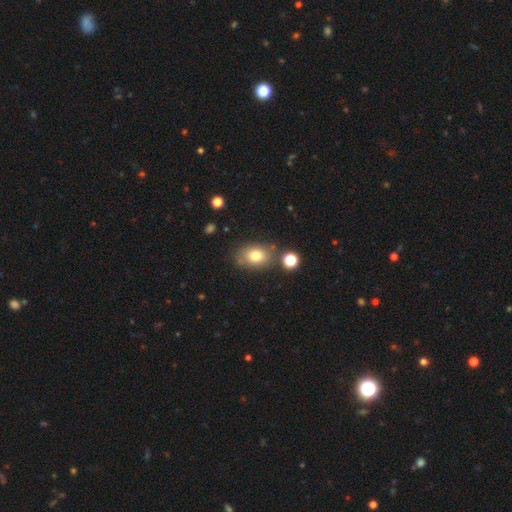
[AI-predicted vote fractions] Smooth or featured? Predicted: smooth (p=0.78). How rounded? Predicted: in between (p=0.67). Merging? Predicted: none (p=0.72).